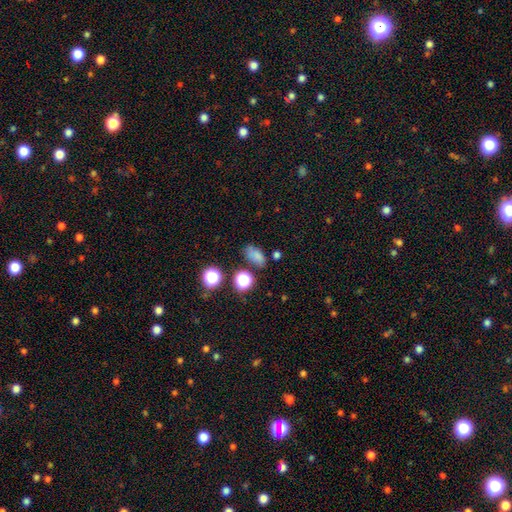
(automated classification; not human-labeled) smooth 74%, star or artifact 18%, featured or disk 9%. Down the decision tree: how rounded — in between (83%); merging — none (67%).